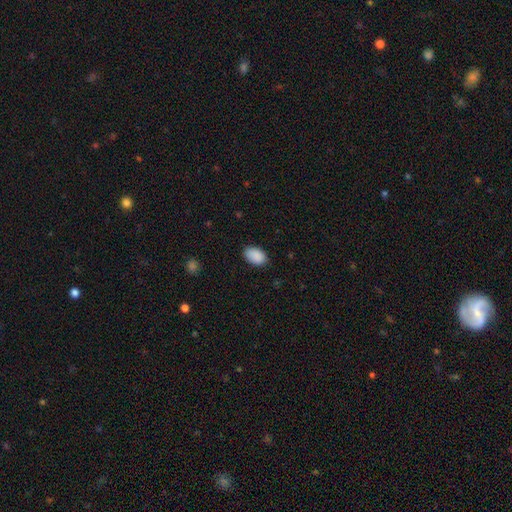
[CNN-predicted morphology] Q: Smooth or featured?
A: smooth (90%); runner-up: star or artifact (7%)
Q: How rounded?
A: in between (91%); runner-up: round (8%)
Q: Merging?
A: none (84%); runner-up: minor disturbance (13%)